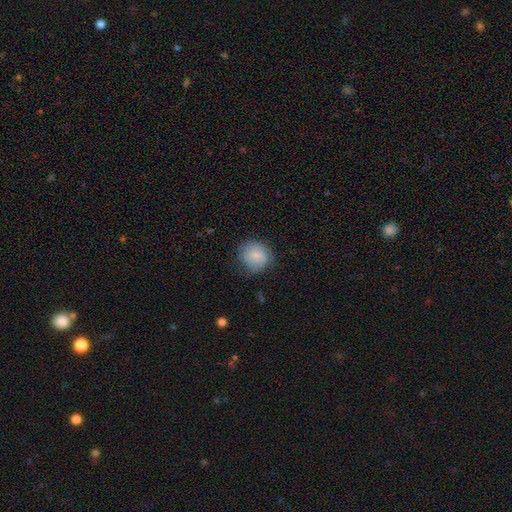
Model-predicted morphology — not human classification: A smooth galaxy with no disk features (79%) that is round (84%). Merging: none (73%).